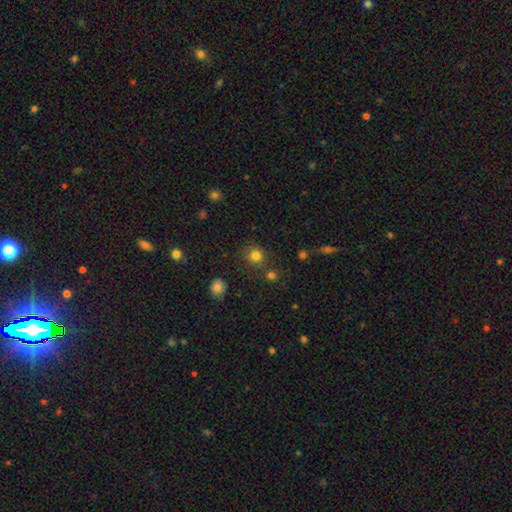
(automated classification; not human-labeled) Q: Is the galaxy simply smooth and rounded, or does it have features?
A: smooth — 80%.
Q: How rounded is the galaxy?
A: round — 89%.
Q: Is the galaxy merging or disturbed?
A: none — 79%.